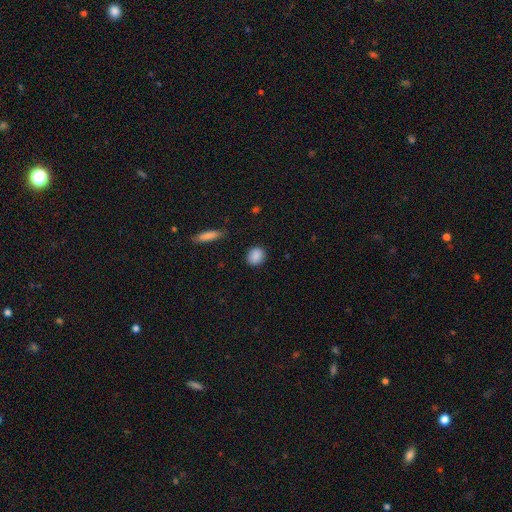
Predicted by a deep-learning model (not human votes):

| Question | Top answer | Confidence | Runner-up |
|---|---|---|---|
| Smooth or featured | smooth | 88% | star or artifact (8%) |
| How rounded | round | 64% | in between (34%) |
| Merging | none | 87% | minor disturbance (9%) |